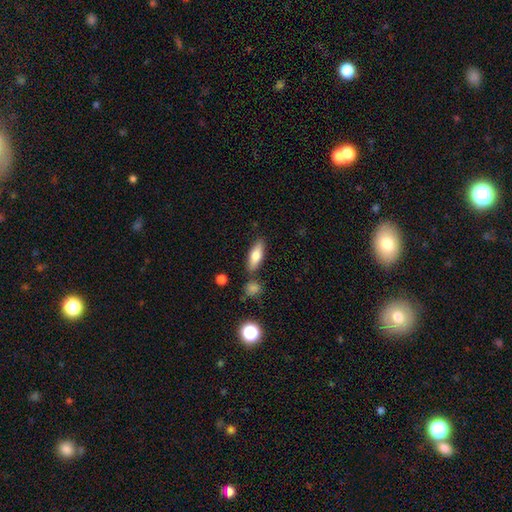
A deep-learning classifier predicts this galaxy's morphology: Overall: smooth (70%). How rounded: in between (60%; cigar-shaped 37%). Merging: none (78%).